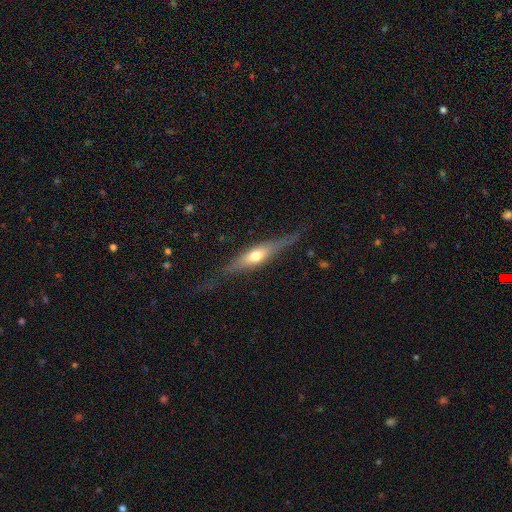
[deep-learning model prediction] smooth_or_featured: featured or disk (p=0.61) [alt: smooth p=0.32]
disk_edge_on: yes (p=0.91) [alt: no p=0.09]
edge_on_bulge: rounded (p=0.89) [alt: boxy p=0.06]
merging: none (p=0.75) [alt: minor disturbance p=0.17]